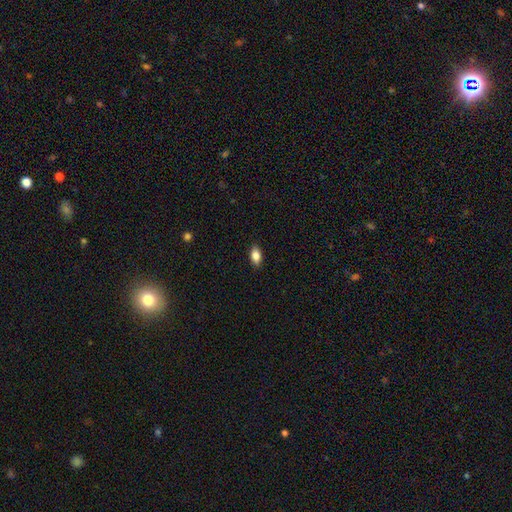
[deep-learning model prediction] smooth-or-featured: smooth: 84% | star or artifact: 8% | featured or disk: 8%
  how-rounded: in between: 88% | round: 7% | cigar-shaped: 4%
  merging: none: 88% | minor disturbance: 9% | major disturbance: 2% | merger: 1%